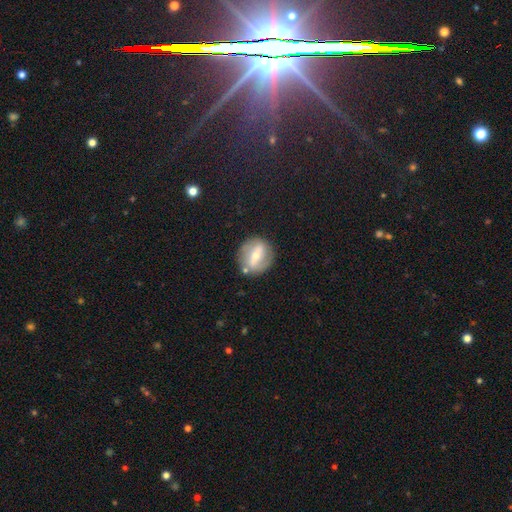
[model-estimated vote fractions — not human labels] A featured or disk galaxy (61%) with a strong bar (55%), spiral arms (52%) and a moderate central bulge (54%). Merging: none (80%).